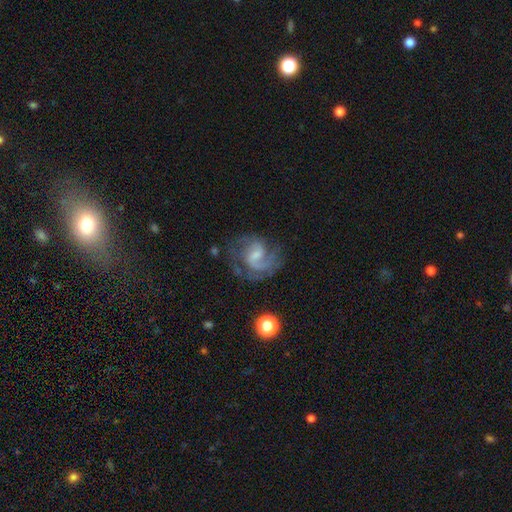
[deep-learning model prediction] Q: Smooth or featured?
A: featured or disk (84%); runner-up: smooth (10%)
Q: Edge-on disk?
A: no (98%); runner-up: yes (2%)
Q: Bar?
A: weak (57%); runner-up: no (29%)
Q: Spiral arms?
A: yes (95%); runner-up: no (5%)
Q: Spiral winding?
A: medium (53%); runner-up: tight (24%)
Q: Spiral arm count?
A: 2 (66%); runner-up: 1 (12%)
Q: Bulge size?
A: small (53%); runner-up: moderate (25%)
Q: Merging?
A: none (62%); runner-up: minor disturbance (19%)